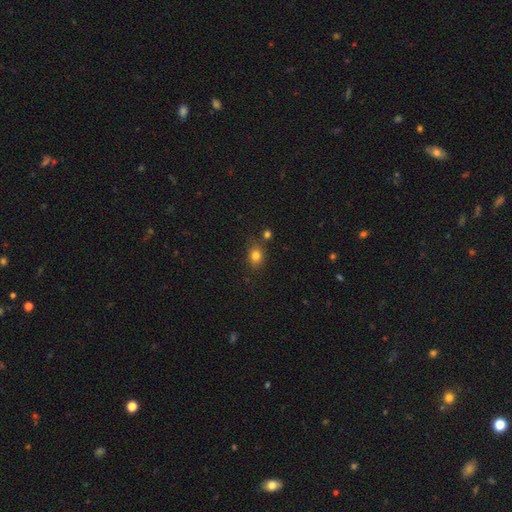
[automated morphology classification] Smooth or featured? smooth (80%)
How rounded? in between (51%)
Merging? none (74%)